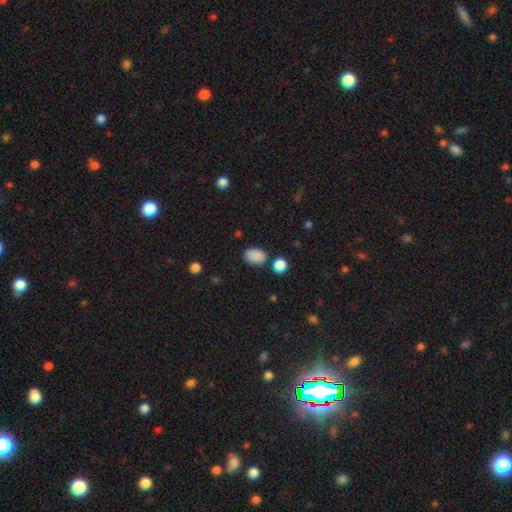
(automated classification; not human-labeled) Smooth or featured? Predicted: smooth (p=0.87). How rounded? Predicted: in between (p=0.86). Merging? Predicted: none (p=0.77).